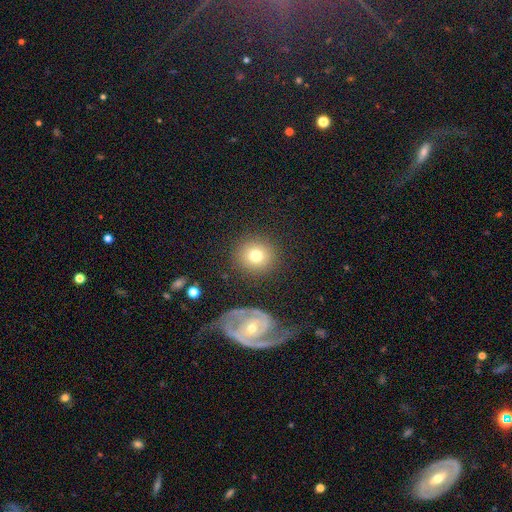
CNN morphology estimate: This is likely a smooth galaxy (76%). How rounded: clearly round (89%). Merging: clearly none (85%).